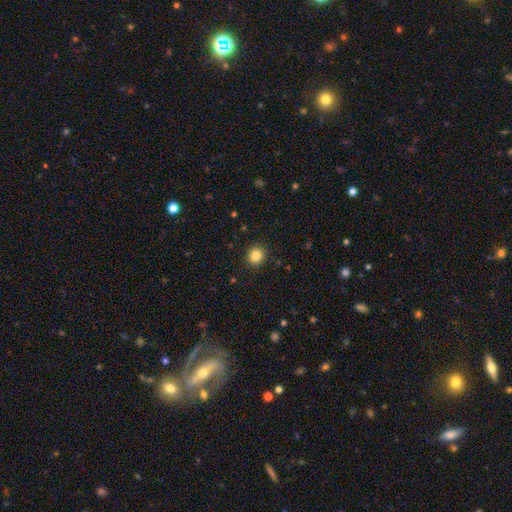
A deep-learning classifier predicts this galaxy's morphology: This appears to be a smooth galaxy with no disk features (84%) that is round (90%). Merging: none (91%).